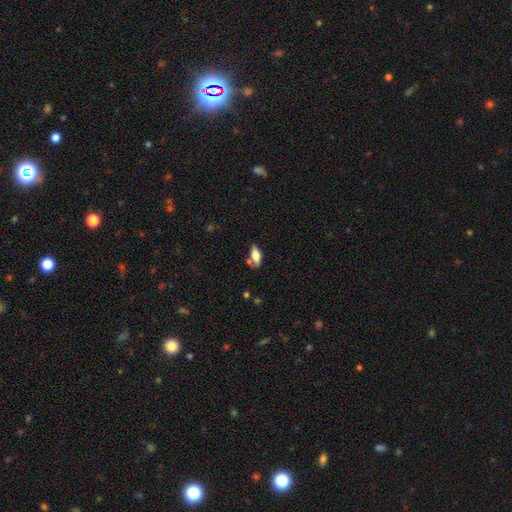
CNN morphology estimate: Smooth or featured: smooth — 68% (featured or disk — 25%)
How rounded: in between — 79% (cigar-shaped — 18%)
Merging: none — 58% (minor disturbance — 22%)